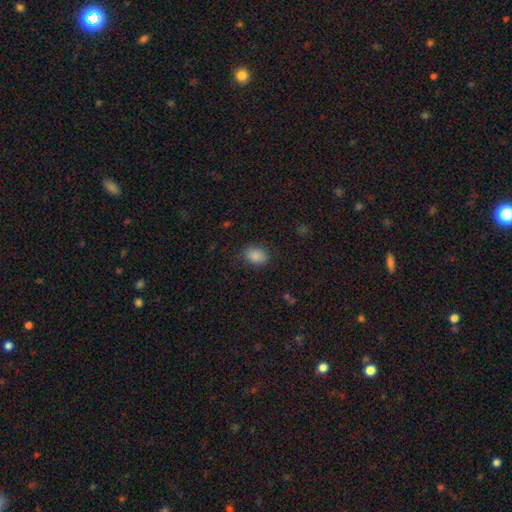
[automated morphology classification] smooth 87%, star or artifact 9%, featured or disk 4%. Down the decision tree: how rounded — in between (67%); merging — none (83%).